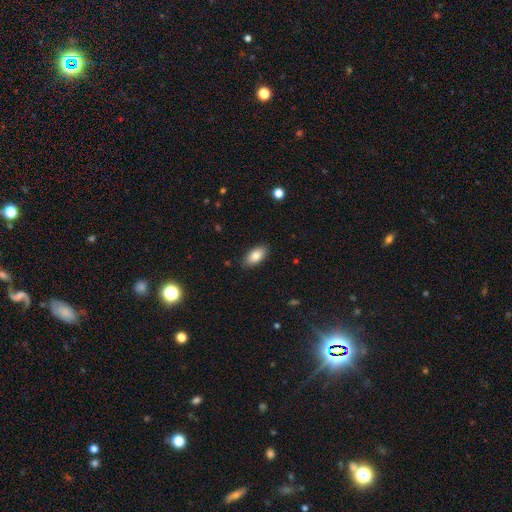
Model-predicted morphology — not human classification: Smooth or featured?
  - smooth: 84% *
  - featured or disk: 8%
  - star or artifact: 7%
How rounded?
  - in between: 91% *
  - cigar-shaped: 6%
  - round: 3%
Merging?
  - none: 87% *
  - minor disturbance: 10%
  - major disturbance: 2%
  - merger: 1%